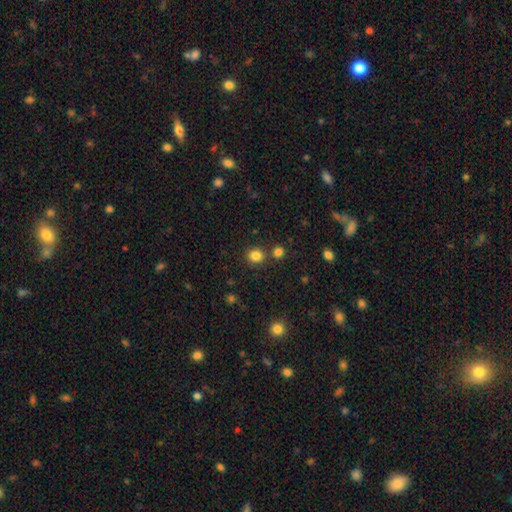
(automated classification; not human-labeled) Morphology: type=smooth (82%); roundness=round (83%); merging=none (79%).